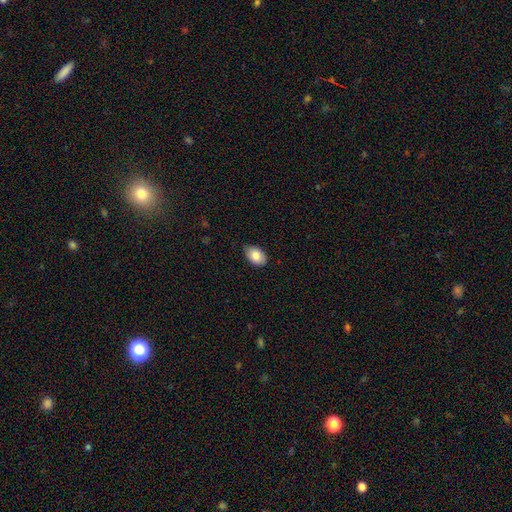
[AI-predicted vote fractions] The model was most divided on "merging": none: 80%, minor disturbance: 17%, major disturbance: 2%, merger: 1%. More confident: how rounded — in between (87%); smooth or featured — smooth (83%).